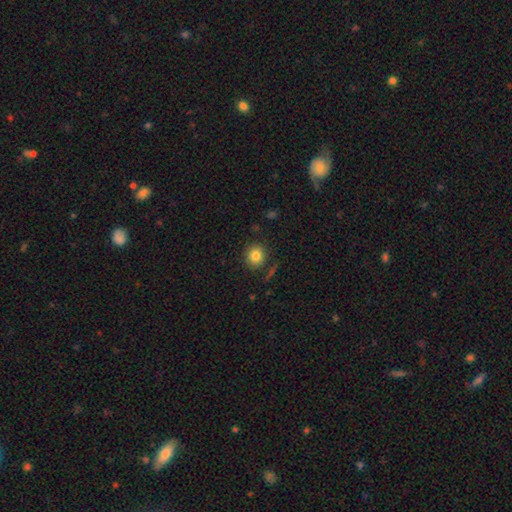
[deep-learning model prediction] Smooth or featured?
  - smooth: 82% *
  - star or artifact: 11%
  - featured or disk: 7%
How rounded?
  - round: 85% *
  - in between: 14%
  - cigar-shaped: 1%
Merging?
  - none: 85% *
  - minor disturbance: 9%
  - major disturbance: 3%
  - merger: 3%